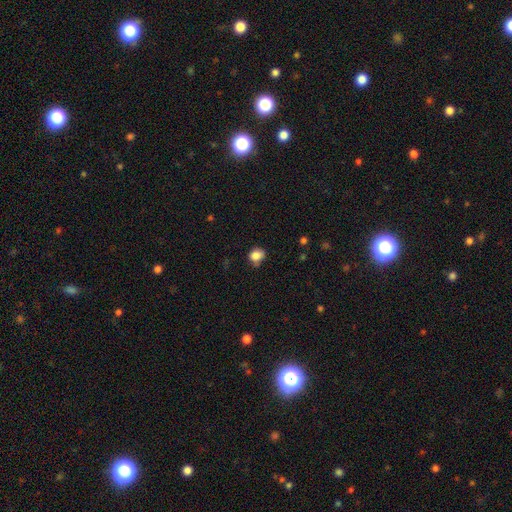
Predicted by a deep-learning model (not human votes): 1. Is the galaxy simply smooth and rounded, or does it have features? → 83% smooth, 11% star or artifact, 6% featured or disk.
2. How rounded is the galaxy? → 62% round, 37% in between, 1% cigar-shaped.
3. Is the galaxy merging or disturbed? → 62% none, 27% minor disturbance, 6% major disturbance, 5% merger.